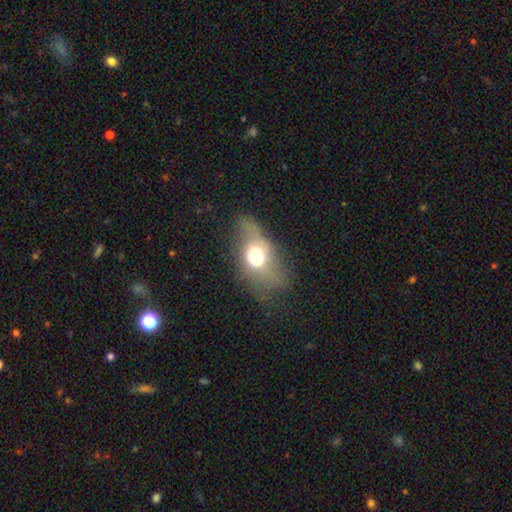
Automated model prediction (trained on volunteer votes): This is possibly a smooth galaxy (48%). Merging: marginally none (38%).